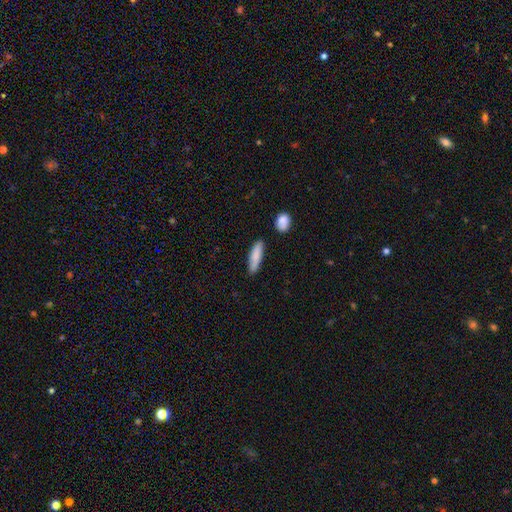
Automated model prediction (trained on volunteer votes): A smooth galaxy with no disk features (84%) that is cigar-shaped (66%).

Vote fractions:
- Smooth or featured? smooth: 84% / featured or disk: 10% / star or artifact: 6%
- How rounded? cigar-shaped: 66% / in between: 32% / round: 2%
- Merging? none: 82% / minor disturbance: 12% / merger: 4% / major disturbance: 2%